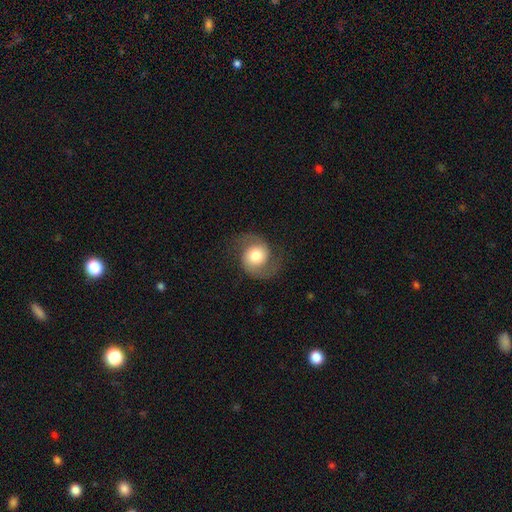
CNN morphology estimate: featured or disk 72%, smooth 21%, star or artifact 7%. Down the decision tree: edge-on disk — no (98%); bar — no (70%); spiral arms — yes (94%); spiral arm count — 2 (92%); spiral winding — medium (48%); bulge size — moderate (50%); merging — none (74%).